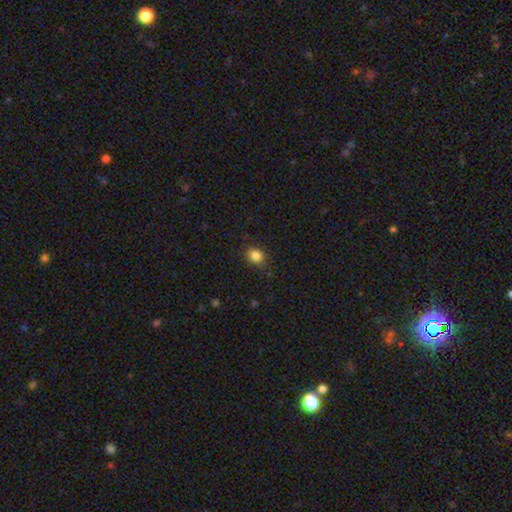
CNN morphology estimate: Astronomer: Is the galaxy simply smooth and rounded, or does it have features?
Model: smooth — 85%.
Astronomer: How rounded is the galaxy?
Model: round — 54% (runner-up: in between, 45%).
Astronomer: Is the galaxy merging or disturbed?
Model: none — 82%.